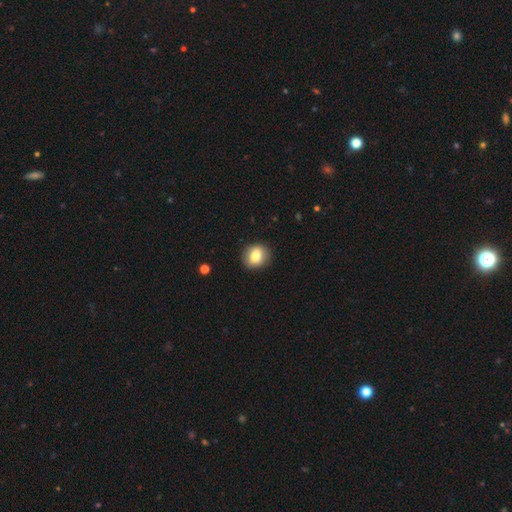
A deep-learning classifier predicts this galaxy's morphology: A smooth galaxy with no disk features (80%) that is round (68%). Merging: none (88%).